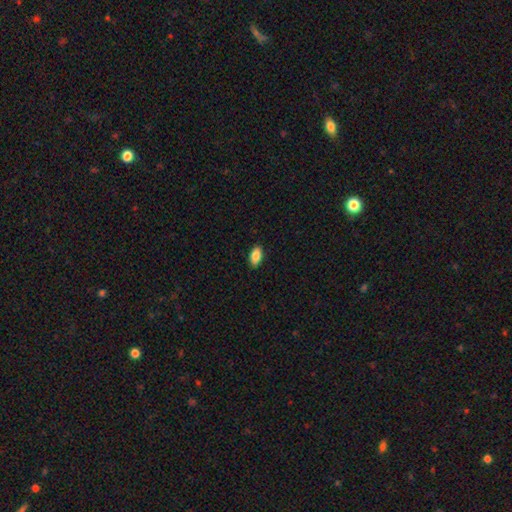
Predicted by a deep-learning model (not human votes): Q: Smooth or featured?
A: smooth (87%); runner-up: star or artifact (7%)
Q: How rounded?
A: in between (93%); runner-up: cigar-shaped (4%)
Q: Merging?
A: none (89%); runner-up: minor disturbance (8%)